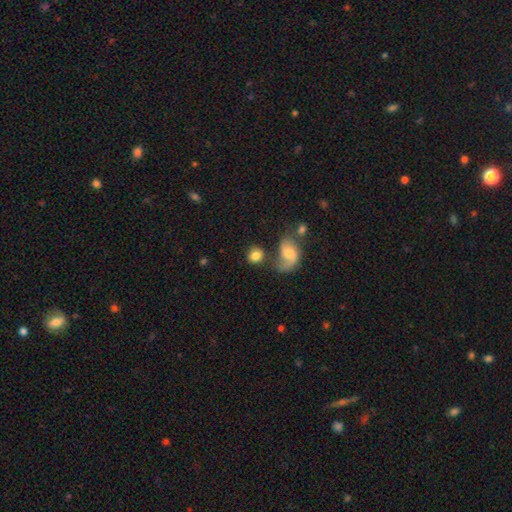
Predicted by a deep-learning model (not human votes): smooth_or_featured: smooth (p=0.78) [alt: featured or disk p=0.14]
how_rounded: round (p=0.76) [alt: in between p=0.22]
merging: none (p=0.60) [alt: merger p=0.19]